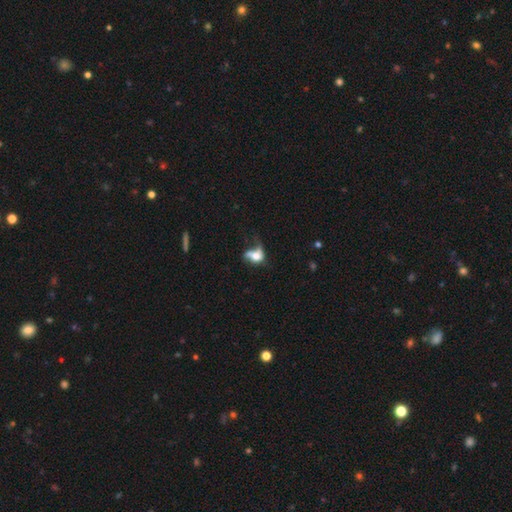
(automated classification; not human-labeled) Smooth or featured: smooth — 55% (featured or disk — 34%)
How rounded: in between — 62% (round — 35%)
Merging: major disturbance — 35% (merger — 29%)